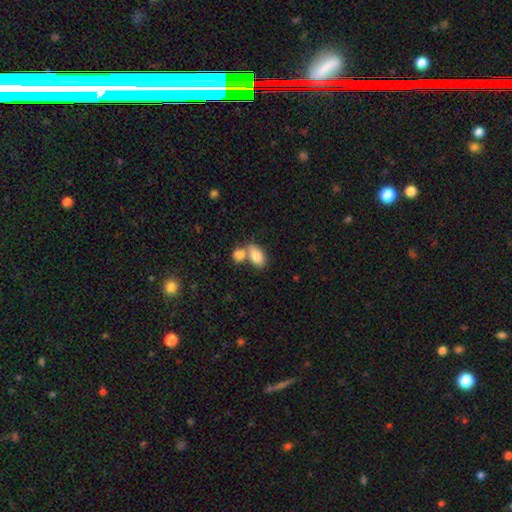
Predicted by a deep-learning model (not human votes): Morphology: type=smooth (84%); roundness=in between (90%); merging=merger (51%).